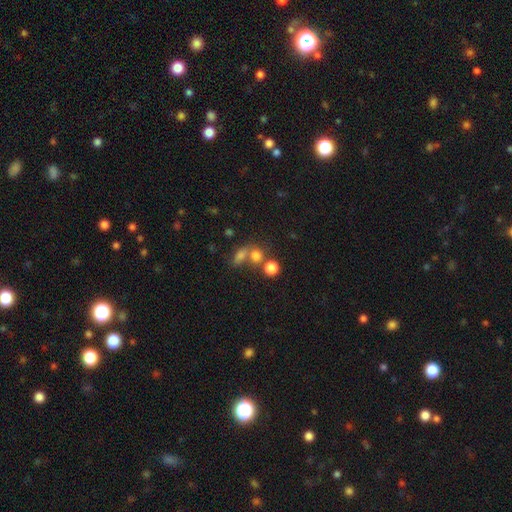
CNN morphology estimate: This is likely a smooth galaxy (72%). How rounded: likely round (66%). Merging: possibly none (46%).